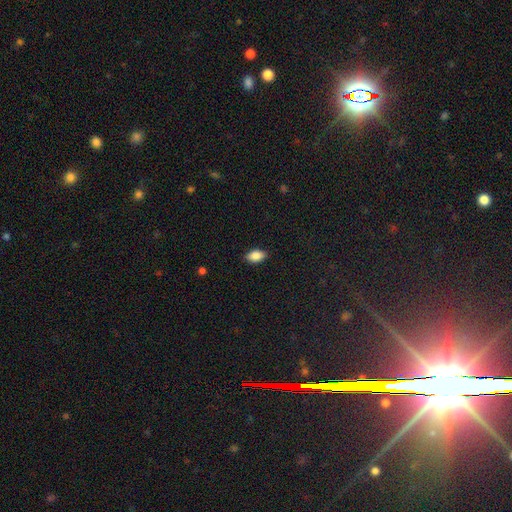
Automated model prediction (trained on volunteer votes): This appears to be a smooth galaxy with no disk features (86%) that is in between round and cigar-shaped (91%). Merging: none (87%).